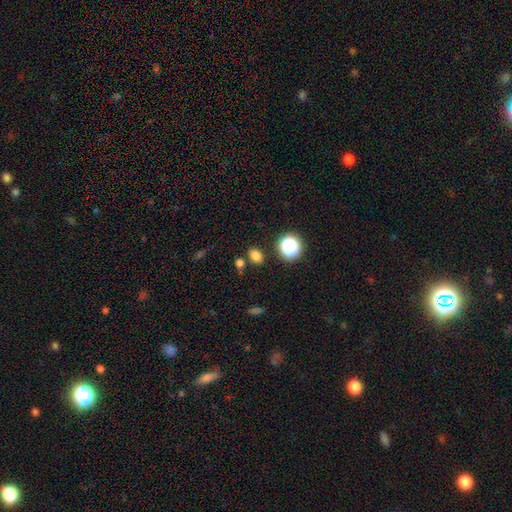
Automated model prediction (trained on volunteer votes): smooth_or_featured: smooth (p=0.78) [alt: star or artifact p=0.17]
how_rounded: in between (p=0.70) [alt: round p=0.28]
merging: none (p=0.81) [alt: minor disturbance p=0.09]